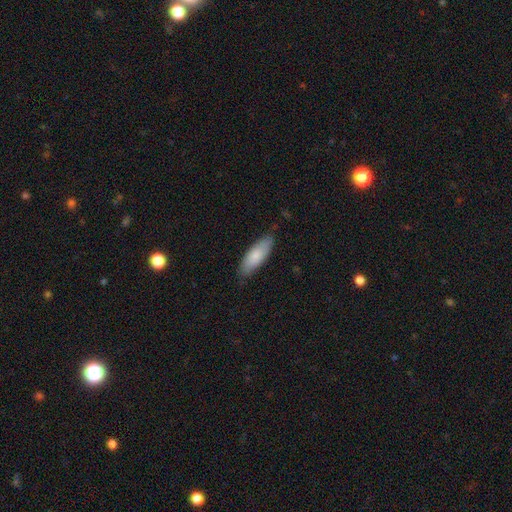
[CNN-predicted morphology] A smooth galaxy with no disk features (80%) that is in between round and cigar-shaped (66%). Merging: none (78%).